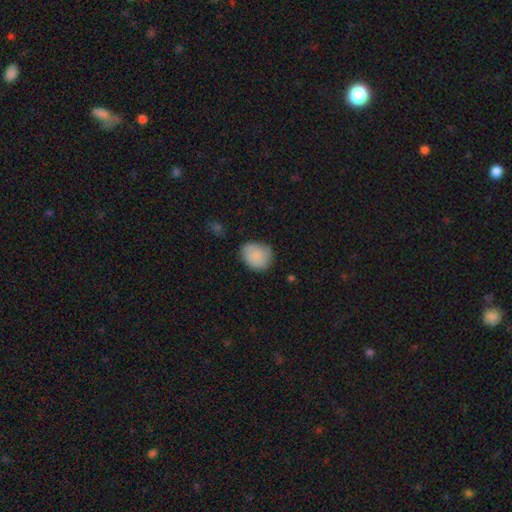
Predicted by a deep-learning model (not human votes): Q: Smooth or featured?
A: smooth (85%); runner-up: featured or disk (8%)
Q: How rounded?
A: round (58%); runner-up: in between (41%)
Q: Merging?
A: none (67%); runner-up: minor disturbance (26%)